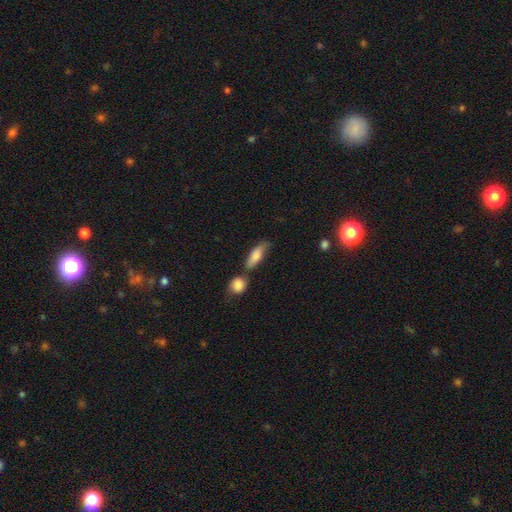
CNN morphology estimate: smooth_or_featured: smooth (p=0.78) [alt: featured or disk p=0.15]
how_rounded: in between (p=0.62) [alt: cigar-shaped p=0.34]
merging: none (p=0.50) [alt: merger p=0.25]